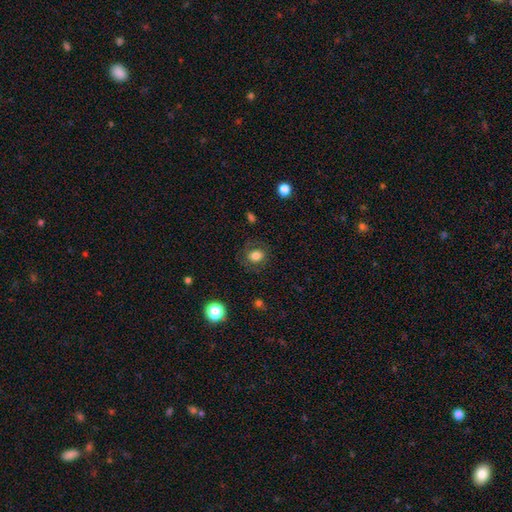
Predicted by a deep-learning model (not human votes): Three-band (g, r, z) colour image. It shows a smooth galaxy with no disk features (76%) that is round (60%). Merging: none (76%).